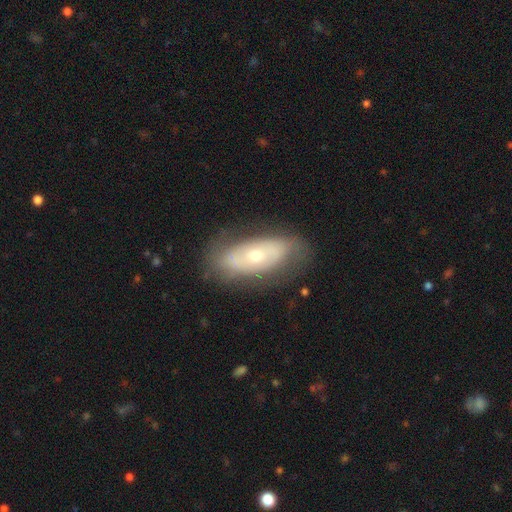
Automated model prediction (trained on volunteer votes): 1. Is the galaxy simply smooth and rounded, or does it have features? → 53% featured or disk, 40% smooth, 7% star or artifact.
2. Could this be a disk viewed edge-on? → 85% no, 15% yes.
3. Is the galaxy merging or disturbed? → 72% none, 19% minor disturbance, 8% major disturbance, 2% merger.